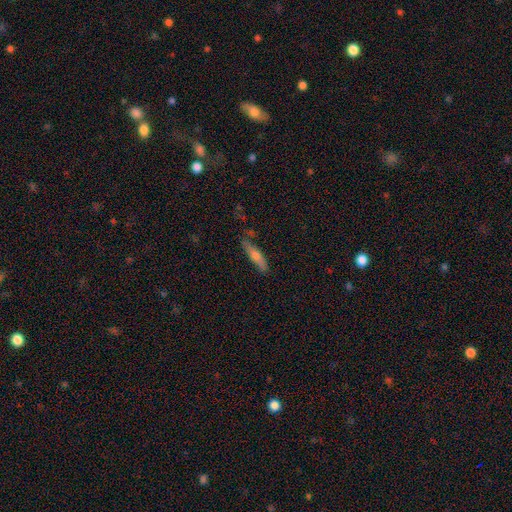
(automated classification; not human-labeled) featured or disk 46%, smooth 45%, star or artifact 9%. Down the decision tree: merging — none (78%).